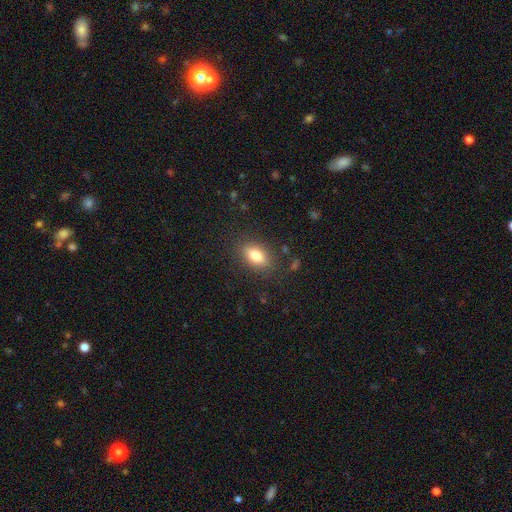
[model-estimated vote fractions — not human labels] Overall: smooth (74%). How rounded: in between (81%). Merging: none (84%).